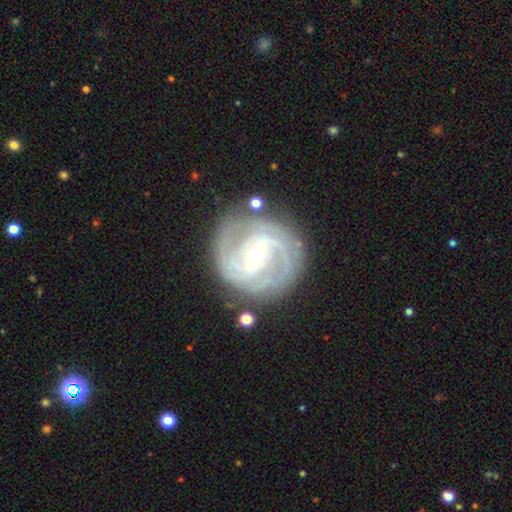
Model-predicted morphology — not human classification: The model was most divided on "bar": weak: 45%, strong: 37%, no: 17%. Remaining: edge-on disk — no (97%); spiral arms — yes (96%); smooth or featured — featured or disk (89%); merging — none (80%); spiral winding — tight (63%); bulge size — moderate (54%); spiral arm count — 2 (43%).